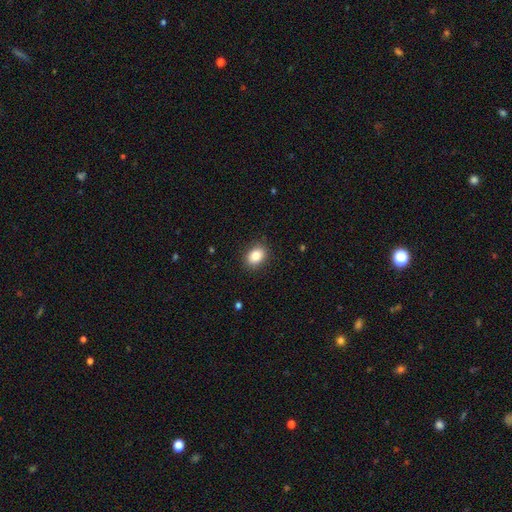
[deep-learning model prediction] Smooth or featured?
  - smooth: 84% *
  - star or artifact: 9%
  - featured or disk: 7%
How rounded?
  - in between: 66% *
  - round: 33%
  - cigar-shaped: 1%
Merging?
  - none: 89% *
  - minor disturbance: 8%
  - major disturbance: 2%
  - merger: 1%